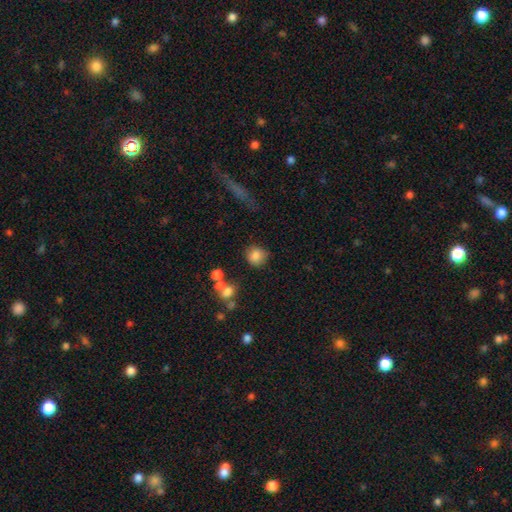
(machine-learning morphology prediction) Overall: smooth (84%). How rounded: round (84%). Merging: none (74%).